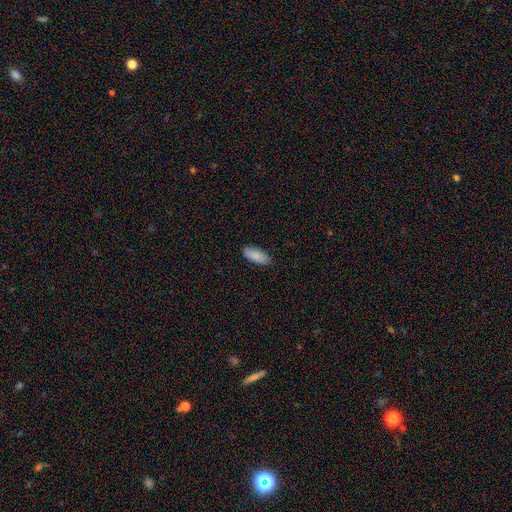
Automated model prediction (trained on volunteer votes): Morphology: type=smooth (87%); roundness=in between (82%); merging=none (85%).